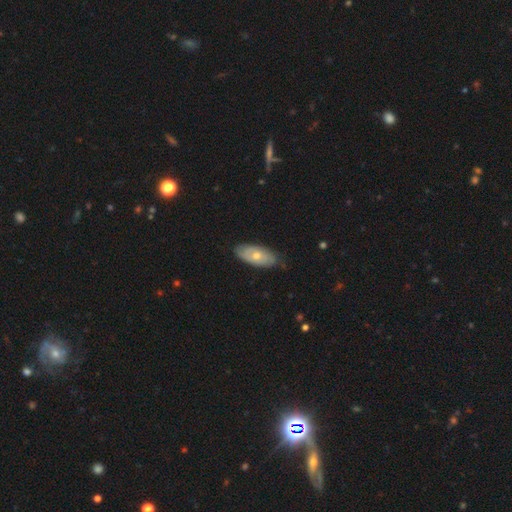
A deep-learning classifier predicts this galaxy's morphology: type=featured or disk (49%); merging=none (78%).